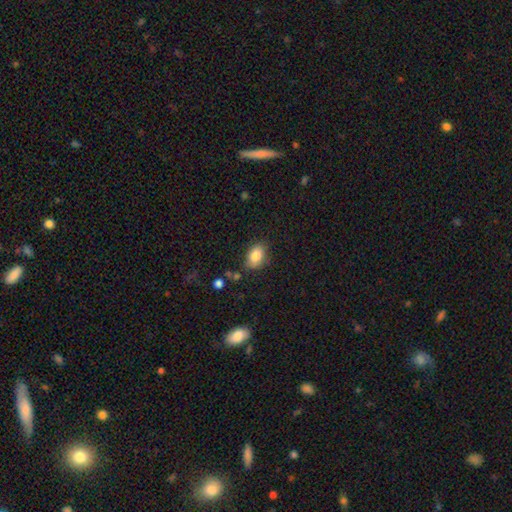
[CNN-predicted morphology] Q: Smooth or featured?
A: smooth (84%); runner-up: star or artifact (8%)
Q: How rounded?
A: in between (86%); runner-up: round (13%)
Q: Merging?
A: none (79%); runner-up: minor disturbance (15%)